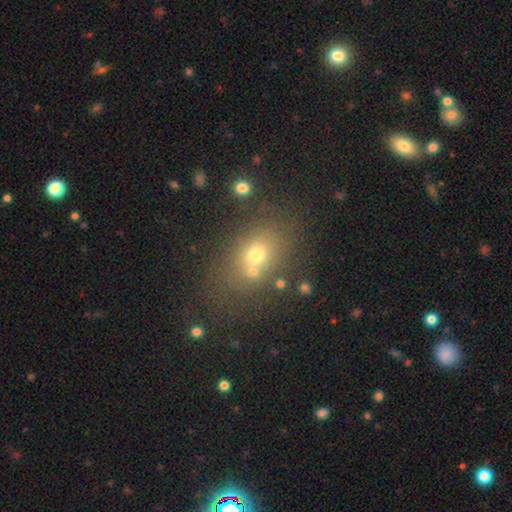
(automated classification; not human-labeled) Smooth or featured? smooth (63%)
How rounded? in between (60%)
Merging? none (61%)